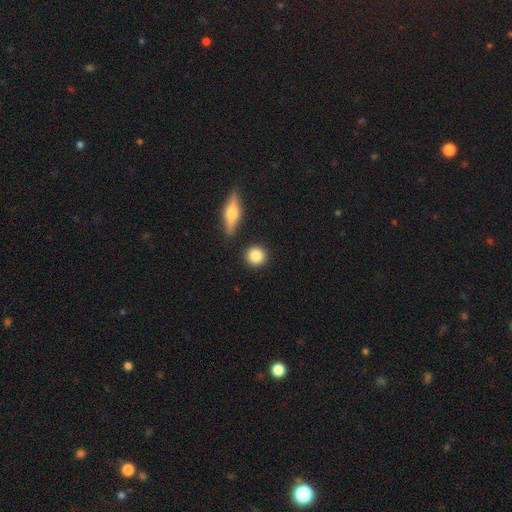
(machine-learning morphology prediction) A smooth galaxy with no disk features (83%) that is round (89%). Merging: none (86%).